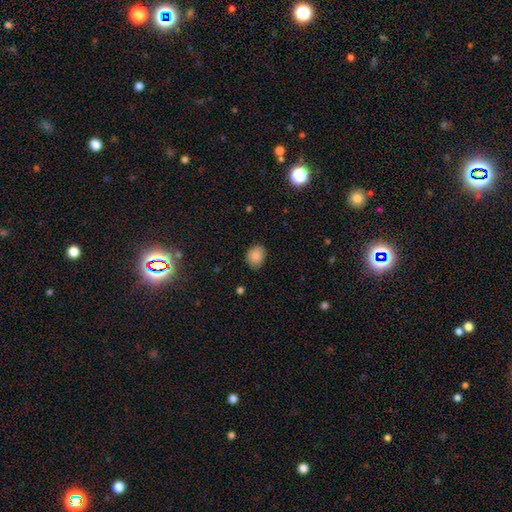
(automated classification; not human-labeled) This is clearly a smooth galaxy (87%). How rounded: possibly in between (50%). Merging: clearly none (80%).